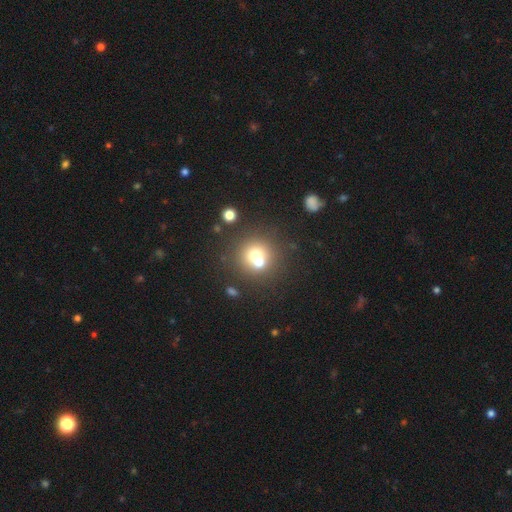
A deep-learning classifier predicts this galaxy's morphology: Smooth or featured: smooth — 66% (featured or disk — 20%)
How rounded: round — 91% (in between — 8%)
Merging: none — 51% (merger — 39%)